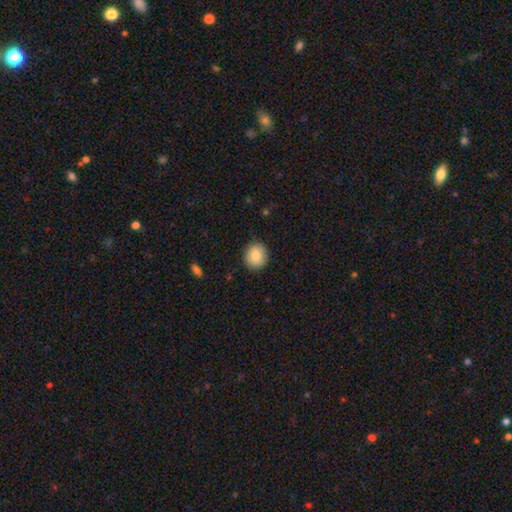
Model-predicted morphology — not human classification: Q: Smooth or featured?
A: smooth (84%); runner-up: featured or disk (8%)
Q: How rounded?
A: round (84%); runner-up: in between (15%)
Q: Merging?
A: none (89%); runner-up: minor disturbance (8%)